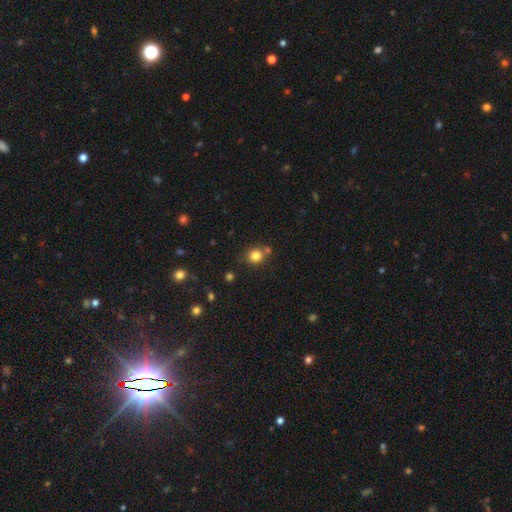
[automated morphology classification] Smooth or featured: smooth — 82% (star or artifact — 12%)
How rounded: round — 83% (in between — 16%)
Merging: none — 70% (merger — 15%)